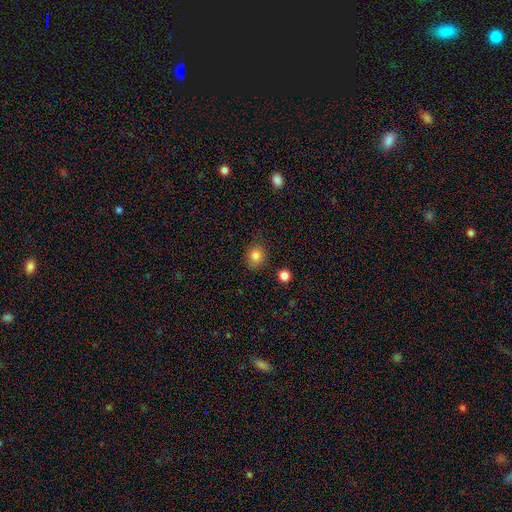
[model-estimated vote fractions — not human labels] Smooth or featured?
  - smooth: 83% *
  - star or artifact: 11%
  - featured or disk: 6%
How rounded?
  - round: 74% *
  - in between: 25%
  - cigar-shaped: 1%
Merging?
  - none: 84% *
  - minor disturbance: 11%
  - major disturbance: 3%
  - merger: 2%